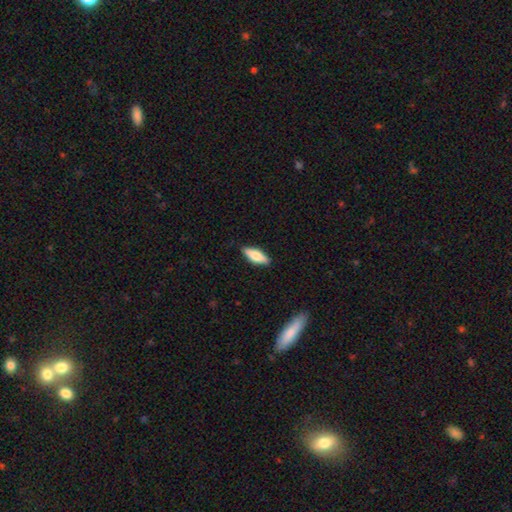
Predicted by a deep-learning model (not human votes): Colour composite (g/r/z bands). It shows a smooth galaxy with no disk features (68%) that is in between round and cigar-shaped (62%). Merging: none (87%).